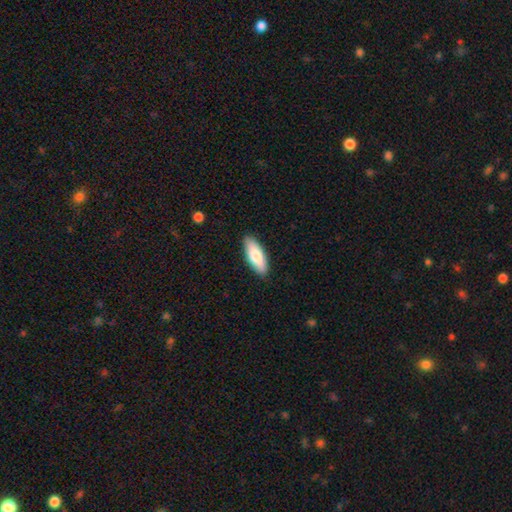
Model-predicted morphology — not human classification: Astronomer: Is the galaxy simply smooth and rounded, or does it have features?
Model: smooth — 78%.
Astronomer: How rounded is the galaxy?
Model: in between — 70%.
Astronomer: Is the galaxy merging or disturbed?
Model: none — 89%.